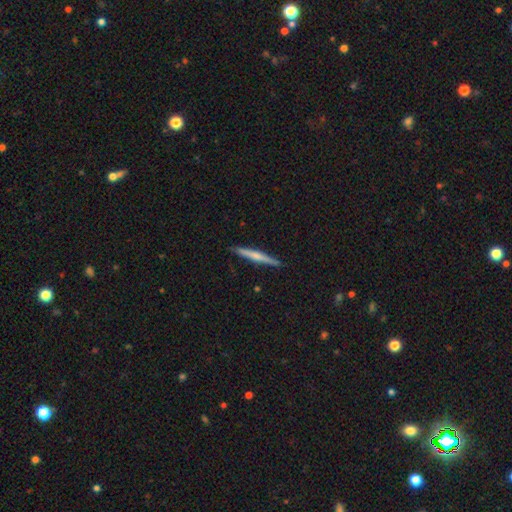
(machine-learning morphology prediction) The model was most divided on "smooth or featured": featured or disk: 52%, smooth: 43%, star or artifact: 5%. More confident: edge-on disk — yes (98%); merging — none (90%); edge-on bulge — rounded (50%).